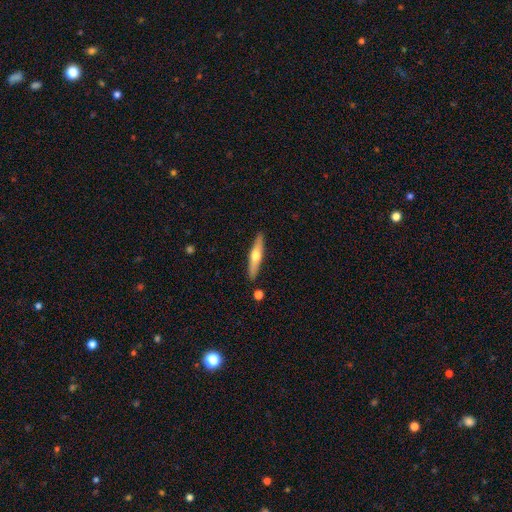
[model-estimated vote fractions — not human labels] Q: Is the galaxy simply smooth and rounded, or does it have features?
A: featured or disk — 50%.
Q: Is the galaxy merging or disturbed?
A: none — 88%.